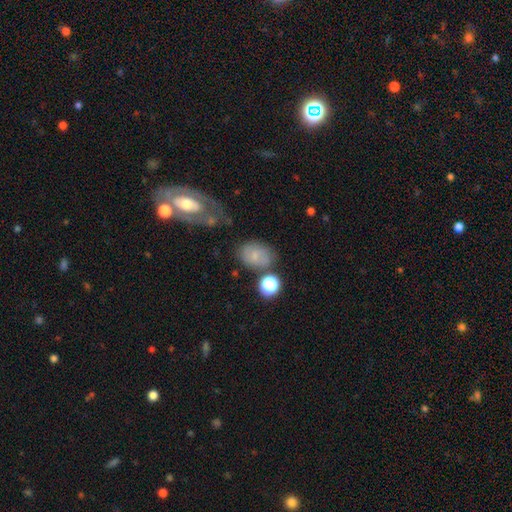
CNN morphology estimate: Q: Smooth or featured?
A: smooth (63%); runner-up: featured or disk (24%)
Q: How rounded?
A: in between (64%); runner-up: round (34%)
Q: Merging?
A: none (65%); runner-up: minor disturbance (18%)